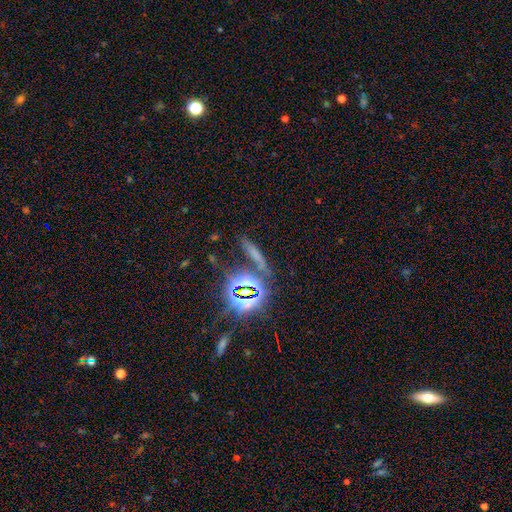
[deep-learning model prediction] A star or artifact, not a galaxy (43%).

Vote fractions:
- Smooth or featured? star or artifact: 43% / smooth: 41% / featured or disk: 16%